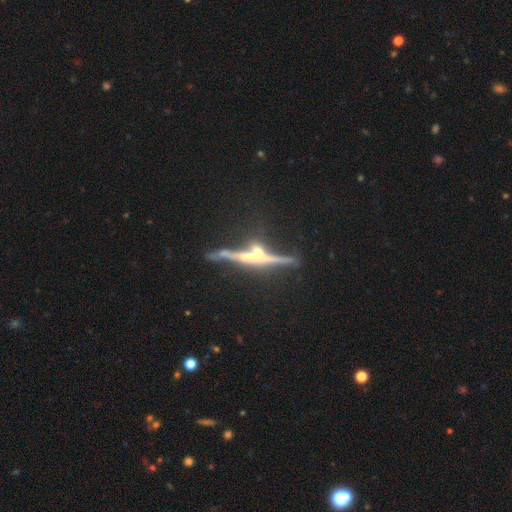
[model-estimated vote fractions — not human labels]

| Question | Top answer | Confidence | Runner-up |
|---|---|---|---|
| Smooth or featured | featured or disk | 76% | star or artifact (12%) |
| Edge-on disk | yes | 90% | no (10%) |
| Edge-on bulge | rounded | 74% | none (17%) |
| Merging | none | 55% | merger (22%) |